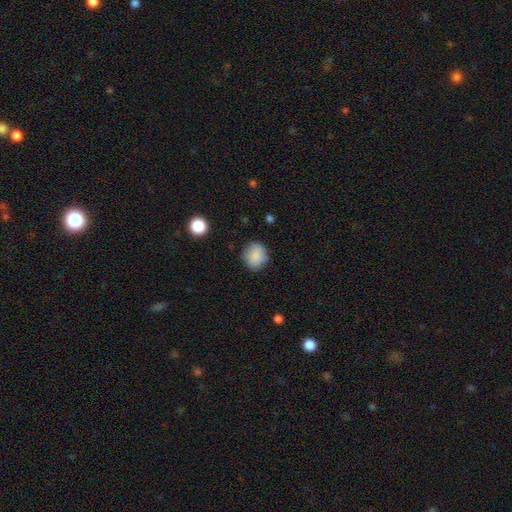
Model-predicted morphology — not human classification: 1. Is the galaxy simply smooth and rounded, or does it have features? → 87% smooth, 9% star or artifact, 5% featured or disk.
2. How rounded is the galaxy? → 79% round, 20% in between, 1% cigar-shaped.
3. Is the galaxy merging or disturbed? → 83% none, 12% minor disturbance, 3% major disturbance, 1% merger.